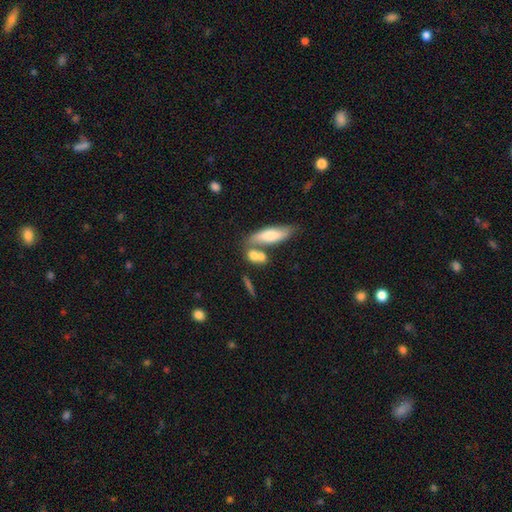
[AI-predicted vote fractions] Smooth or featured? smooth (70%)
How rounded? in between (53%)
Merging? none (42%)